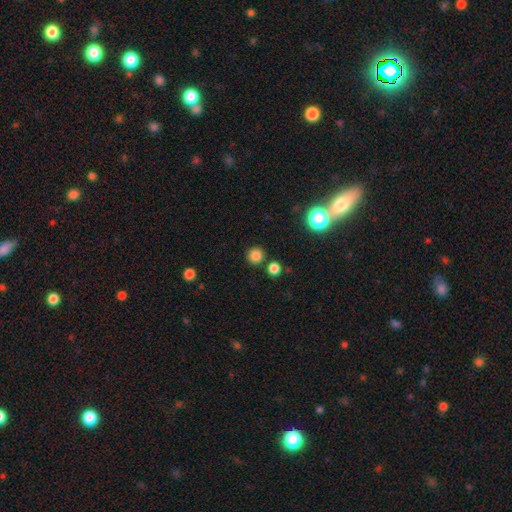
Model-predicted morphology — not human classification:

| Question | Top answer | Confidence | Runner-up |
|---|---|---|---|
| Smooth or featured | smooth | 82% | star or artifact (14%) |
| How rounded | round | 94% | in between (5%) |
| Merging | none | 84% | merger (7%) |